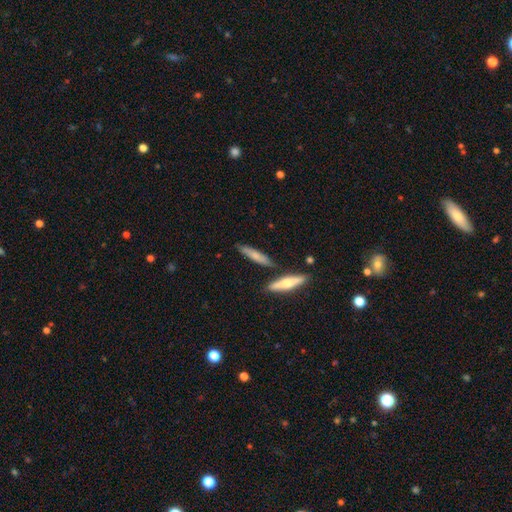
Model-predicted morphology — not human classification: Smooth or featured? smooth (63%)
How rounded? cigar-shaped (82%)
Merging? none (76%)